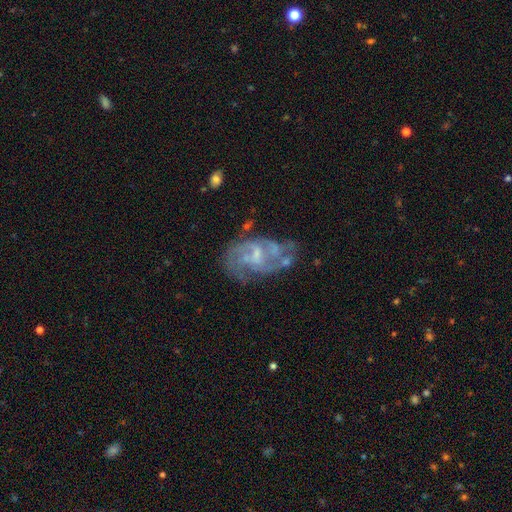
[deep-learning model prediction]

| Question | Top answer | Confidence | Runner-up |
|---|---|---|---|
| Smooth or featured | featured or disk | 80% | smooth (13%) |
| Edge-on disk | no | 97% | yes (3%) |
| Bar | weak | 51% | no (39%) |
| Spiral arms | yes | 82% | no (18%) |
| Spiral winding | medium | 47% | tight (30%) |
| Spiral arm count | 2 | 32% | tied: can't tell (32%) |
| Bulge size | small | 55% | moderate (25%) |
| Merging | none | 52% | minor disturbance (23%) |